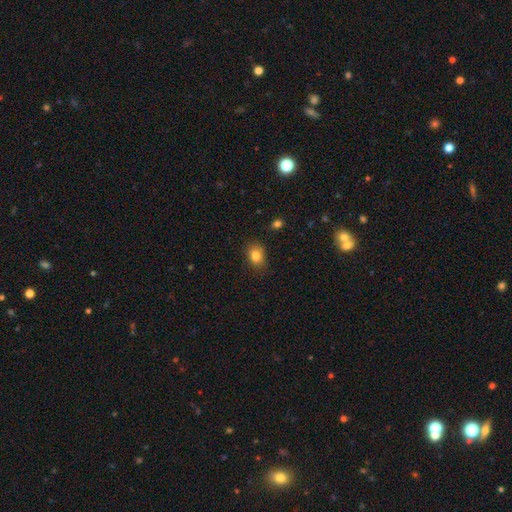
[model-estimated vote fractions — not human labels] This is clearly a smooth galaxy (83%). How rounded: likely in between (68%). Merging: clearly none (83%).